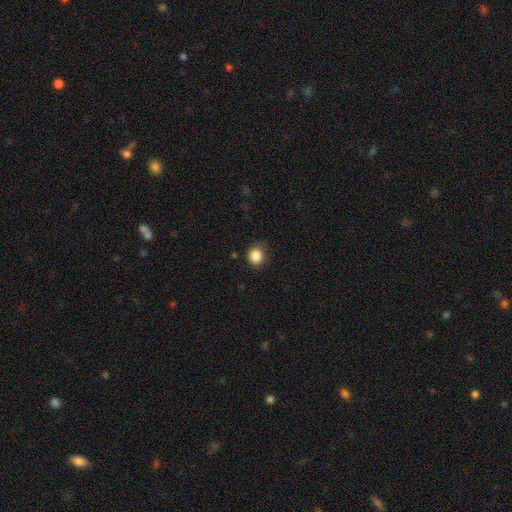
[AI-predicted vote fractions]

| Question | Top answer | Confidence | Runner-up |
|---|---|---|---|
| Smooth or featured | smooth | 86% | star or artifact (10%) |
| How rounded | round | 84% | in between (16%) |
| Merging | none | 80% | minor disturbance (16%) |